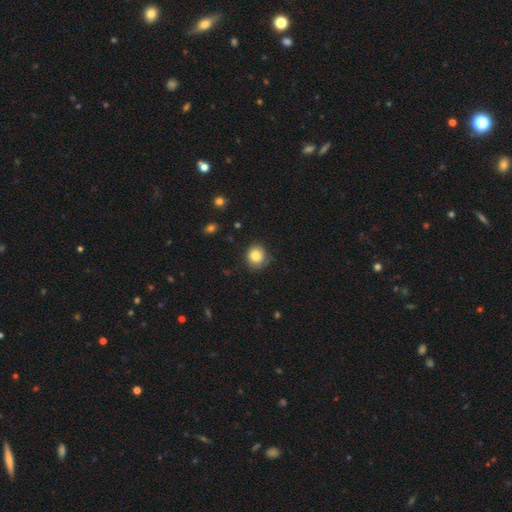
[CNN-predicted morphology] Smooth or featured: smooth — 80% (featured or disk — 11%)
How rounded: round — 80% (in between — 19%)
Merging: none — 77% (minor disturbance — 18%)